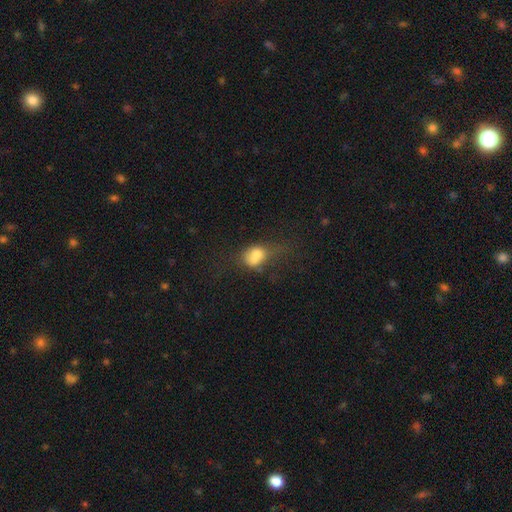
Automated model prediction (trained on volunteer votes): Morphology: type=smooth (69%); roundness=in between (61%); merging=major disturbance (29%).